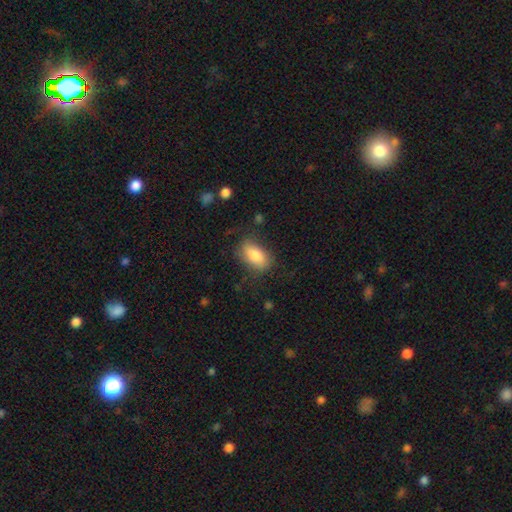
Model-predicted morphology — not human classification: smooth_or_featured: smooth (p=0.83) [alt: featured or disk p=0.11]
how_rounded: in between (p=0.89) [alt: round p=0.05]
merging: none (p=0.72) [alt: minor disturbance p=0.19]